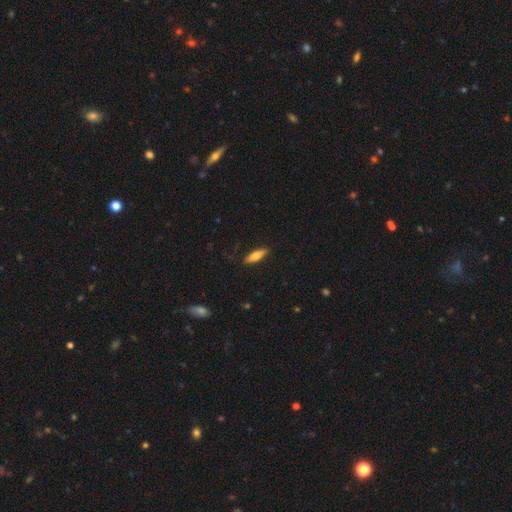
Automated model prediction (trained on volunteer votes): smooth-or-featured: smooth: 62% | featured or disk: 32% | star or artifact: 6%
  how-rounded: cigar-shaped: 59% | in between: 39% | round: 2%
  merging: none: 87% | minor disturbance: 9% | major disturbance: 2% | merger: 1%